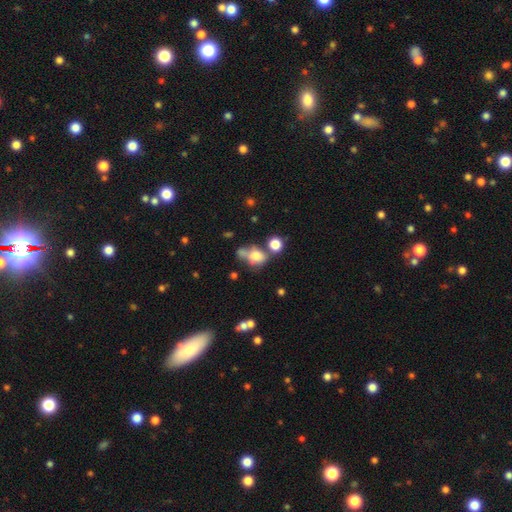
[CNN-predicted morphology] Smooth or featured? Predicted: smooth (p=0.70). How rounded? Predicted: in between (p=0.49, tied with round). Merging? Predicted: merger (p=0.34).